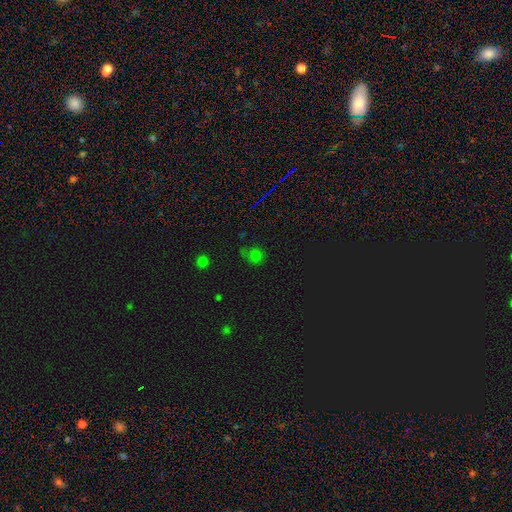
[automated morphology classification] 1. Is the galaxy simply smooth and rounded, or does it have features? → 63% smooth, 30% star or artifact, 7% featured or disk.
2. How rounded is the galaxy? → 84% round, 14% in between, 1% cigar-shaped.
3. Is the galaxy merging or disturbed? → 68% none, 20% minor disturbance, 8% major disturbance, 4% merger.